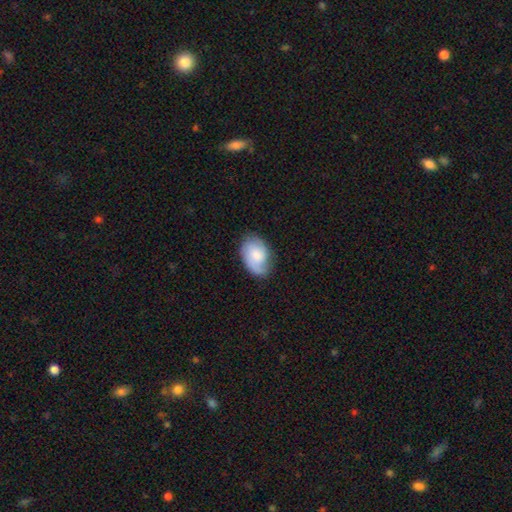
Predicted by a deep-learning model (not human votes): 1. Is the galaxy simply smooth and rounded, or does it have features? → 60% smooth, 33% featured or disk, 7% star or artifact.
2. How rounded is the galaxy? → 87% in between, 12% round, 1% cigar-shaped.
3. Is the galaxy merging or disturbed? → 67% none, 24% minor disturbance, 7% major disturbance, 1% merger.